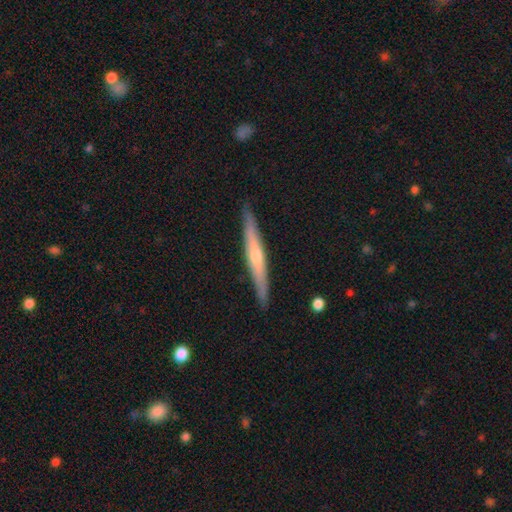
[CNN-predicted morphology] A featured or disk galaxy (61%) viewed edge-on (97%) with a rounded central bulge (64%). Merging: none (90%).